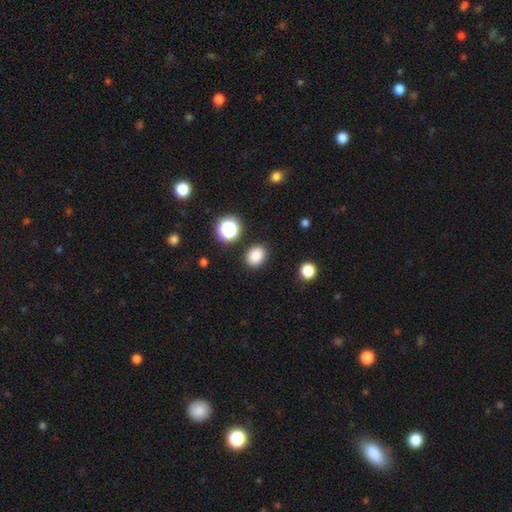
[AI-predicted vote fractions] This appears to be a smooth galaxy with no disk features (84%) that is in between round and cigar-shaped (55%). Merging: none (86%).